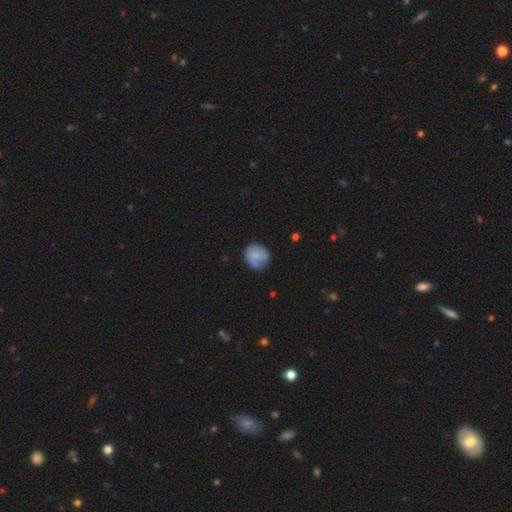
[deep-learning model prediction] The model was most divided on "merging": none: 60%, minor disturbance: 27%, major disturbance: 11%, merger: 3%. More confident: how rounded — round (77%); smooth or featured — smooth (67%).